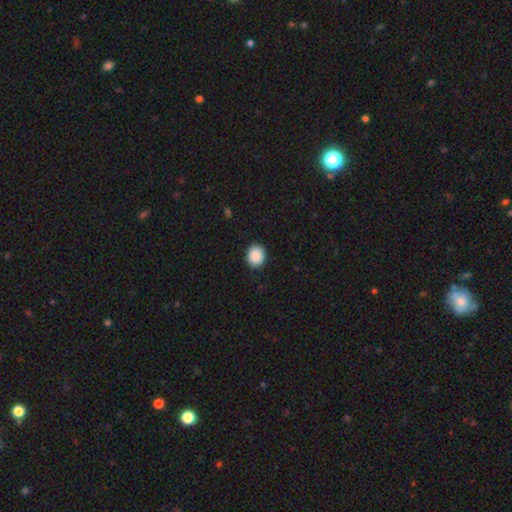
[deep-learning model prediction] The model was most divided on "how rounded": round: 76%, in between: 23%, cigar-shaped: 1%. More confident: merging — none (91%); smooth or featured — smooth (89%).